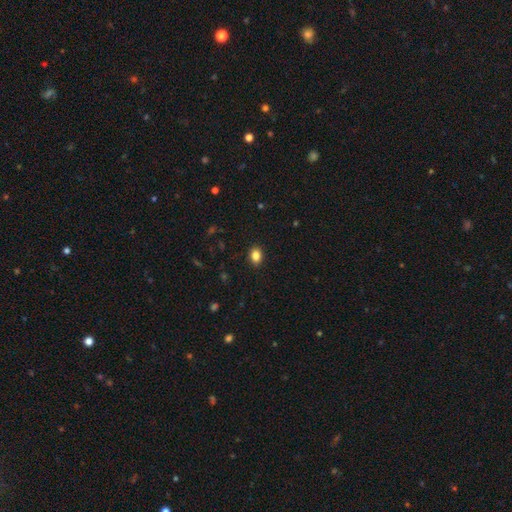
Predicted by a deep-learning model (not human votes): smooth-or-featured: smooth: 85% | star or artifact: 10% | featured or disk: 5%
  how-rounded: in between: 72% | round: 27% | cigar-shaped: 1%
  merging: none: 89% | minor disturbance: 8% | major disturbance: 2% | merger: 1%